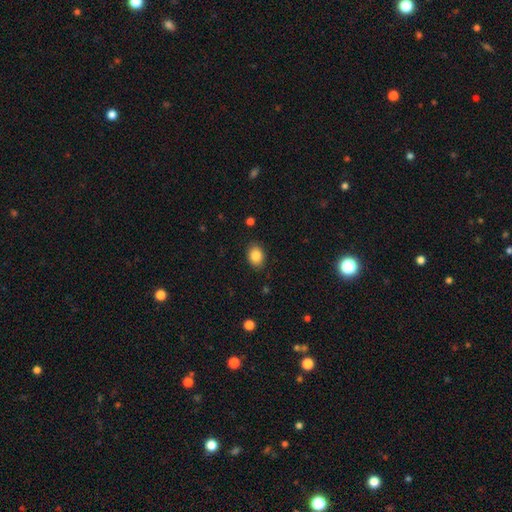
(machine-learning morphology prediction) Smooth or featured? Predicted: smooth (p=0.86). How rounded? Predicted: in between (p=0.64). Merging? Predicted: none (p=0.87).